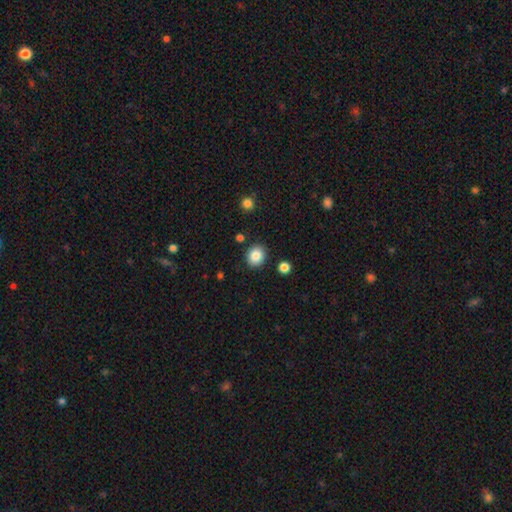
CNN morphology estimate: This appears to be a smooth galaxy with no disk features (86%) that is round (73%). Merging: none (88%).